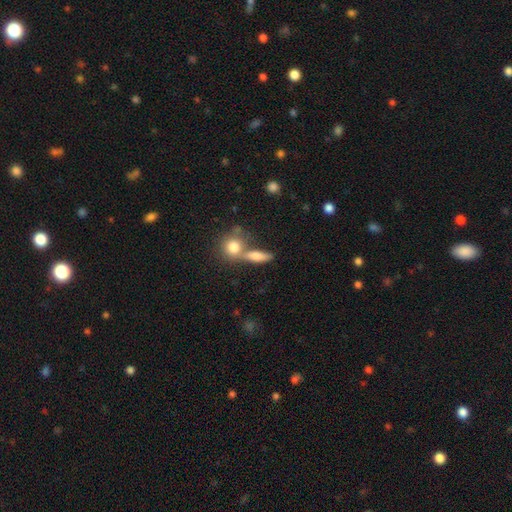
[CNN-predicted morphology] A smooth galaxy with no disk features (63%) that is in between round and cigar-shaped (45%).

Vote fractions:
- Smooth or featured? smooth: 63% / featured or disk: 26% / star or artifact: 12%
- How rounded? in between: 45% / cigar-shaped: 33% / round: 23%
- Merging? none: 52% / merger: 32% / minor disturbance: 11% / major disturbance: 5%